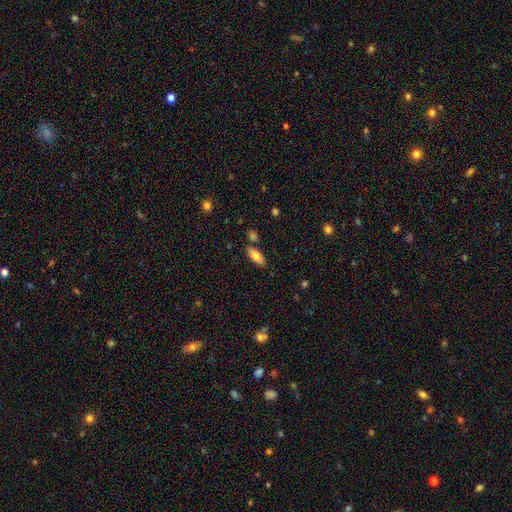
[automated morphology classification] This appears to be a smooth galaxy with no disk features (79%) that is in between round and cigar-shaped (78%). Merging: none (82%).